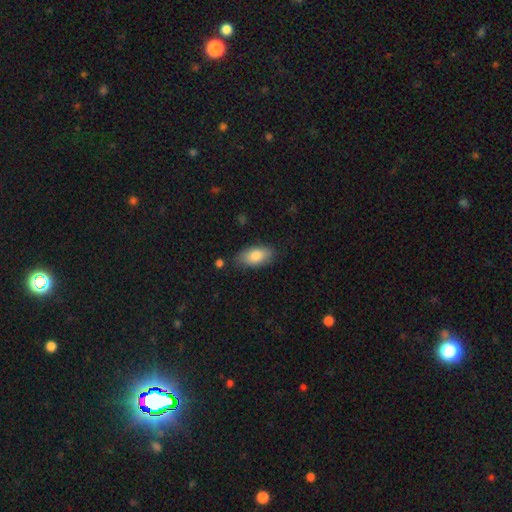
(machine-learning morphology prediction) smooth-or-featured: smooth: 82% | featured or disk: 12% | star or artifact: 6%
  how-rounded: in between: 91% | cigar-shaped: 5% | round: 3%
  merging: none: 79% | minor disturbance: 16% | major disturbance: 3% | merger: 2%